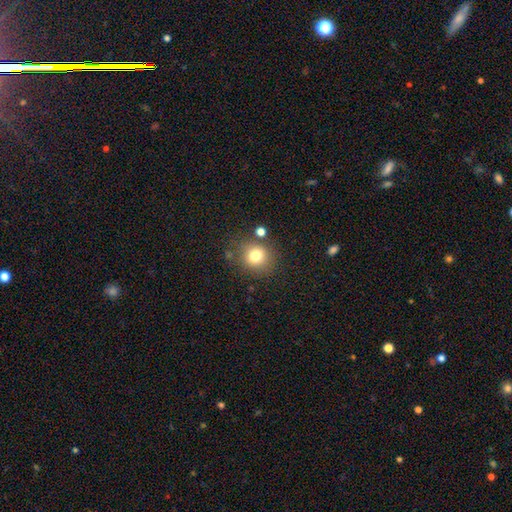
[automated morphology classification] smooth 77%, star or artifact 13%, featured or disk 10%. Down the decision tree: how rounded — round (84%); merging — none (77%).